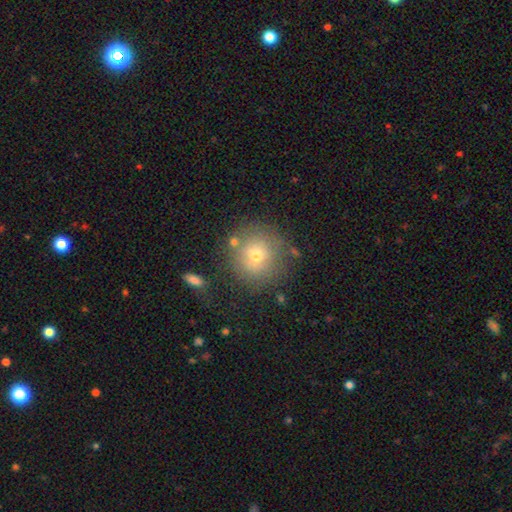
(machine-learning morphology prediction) The model was most divided on "smooth or featured": smooth: 68%, featured or disk: 18%, star or artifact: 14%. More confident: how rounded — round (93%); merging — none (77%).